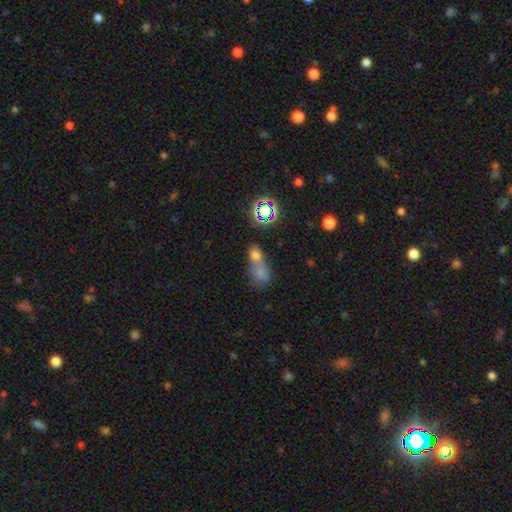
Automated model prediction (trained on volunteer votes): Smooth or featured? smooth (64%)
How rounded? in between (54%)
Merging? merger (63%)